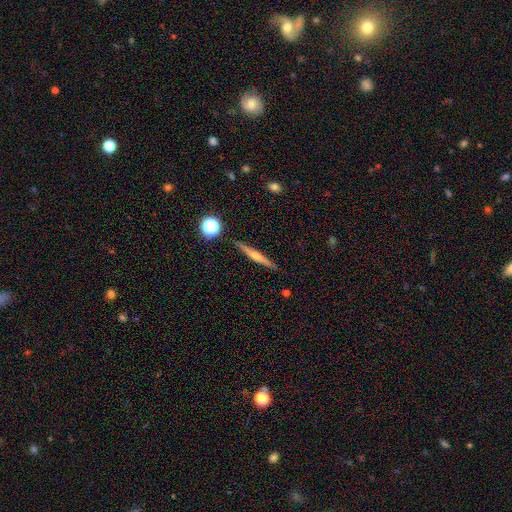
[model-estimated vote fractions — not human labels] Smooth or featured?
  - featured or disk: 64% *
  - smooth: 28%
  - star or artifact: 8%
Edge-on disk?
  - yes: 98% *
  - no: 2%
Edge-on bulge?
  - rounded: 77% *
  - none: 15%
  - boxy: 8%
Merging?
  - none: 91% *
  - minor disturbance: 6%
  - merger: 2%
  - major disturbance: 1%